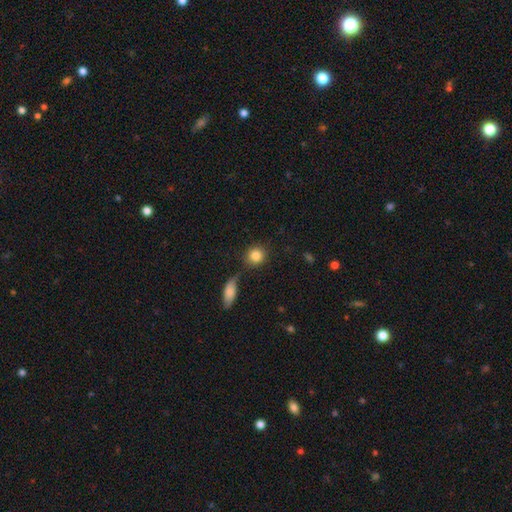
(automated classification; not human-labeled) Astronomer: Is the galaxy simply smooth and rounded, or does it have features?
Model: smooth — 85%.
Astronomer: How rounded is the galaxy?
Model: round — 85%.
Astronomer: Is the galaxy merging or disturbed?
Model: none — 74%.